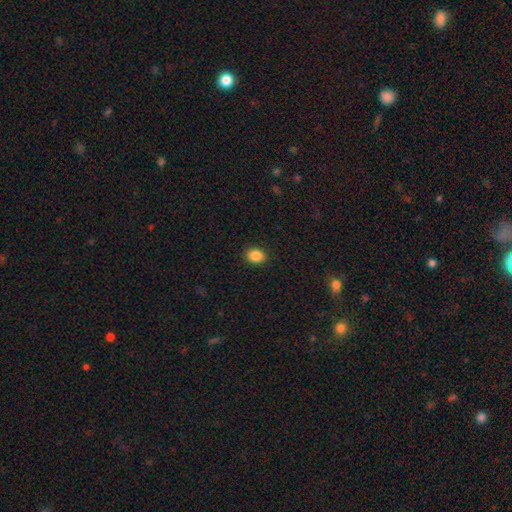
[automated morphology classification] smooth_or_featured: smooth (p=0.87) [alt: star or artifact p=0.09]
how_rounded: in between (p=0.52) [alt: round p=0.47]
merging: none (p=0.91) [alt: minor disturbance p=0.07]